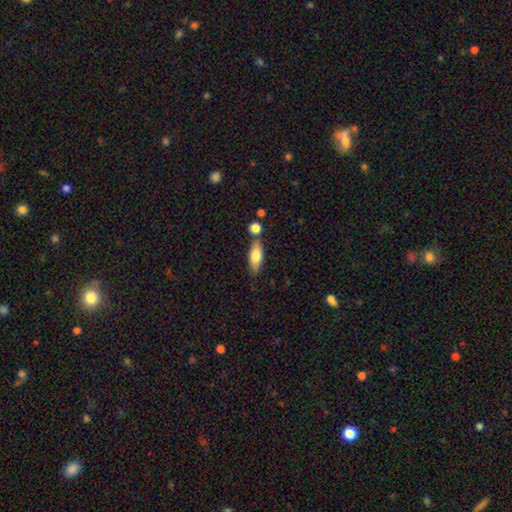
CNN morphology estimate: smooth-or-featured: smooth: 75% | featured or disk: 18% | star or artifact: 6%
  how-rounded: in between: 72% | cigar-shaped: 25% | round: 3%
  merging: none: 68% | merger: 15% | minor disturbance: 14% | major disturbance: 3%